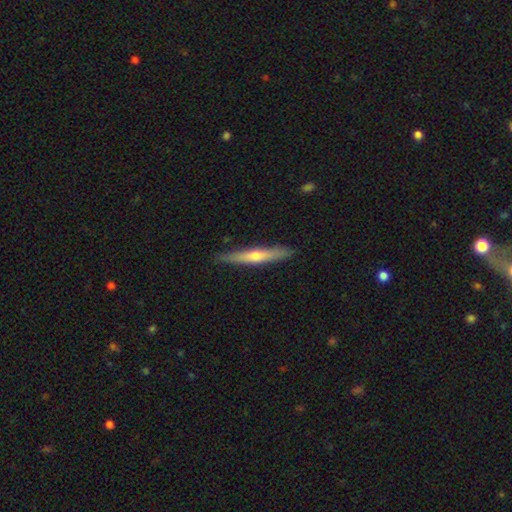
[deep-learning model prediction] Smooth or featured?
  - featured or disk: 53% *
  - smooth: 41%
  - star or artifact: 6%
Edge-on disk?
  - yes: 94% *
  - no: 6%
Edge-on bulge?
  - rounded: 79% *
  - none: 18%
  - boxy: 3%
Merging?
  - none: 88% *
  - minor disturbance: 9%
  - major disturbance: 2%
  - merger: 1%